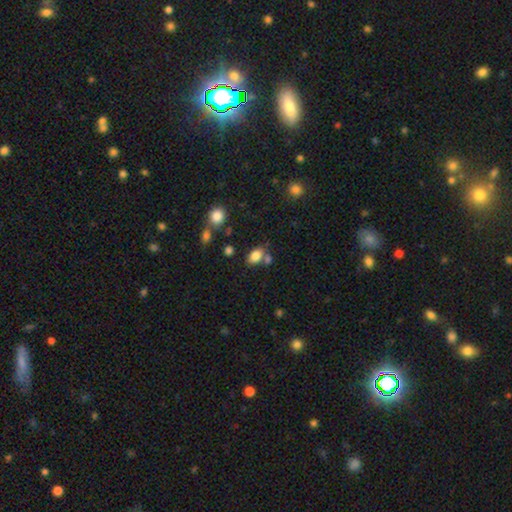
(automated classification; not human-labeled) A smooth galaxy with no disk features (82%) that is in between round and cigar-shaped (87%).

Vote fractions:
- Smooth or featured? smooth: 82% / star or artifact: 10% / featured or disk: 8%
- How rounded? in between: 87% / round: 12% / cigar-shaped: 2%
- Merging? none: 60% / merger: 22% / minor disturbance: 14% / major disturbance: 4%